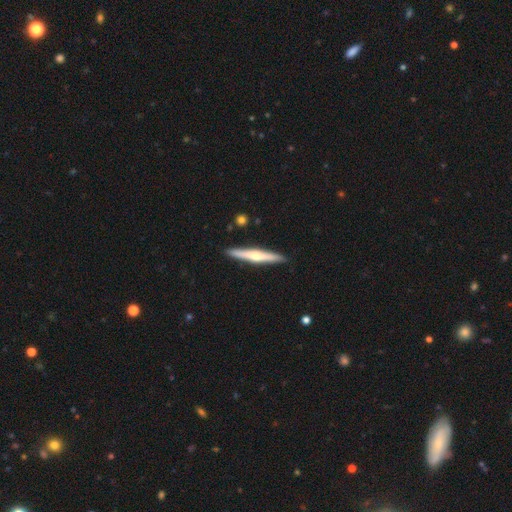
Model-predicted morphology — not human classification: The model was most divided on "smooth or featured": featured or disk: 60%, smooth: 35%, star or artifact: 5%. More confident: edge-on disk — yes (97%); merging — none (91%); edge-on bulge — rounded (82%).